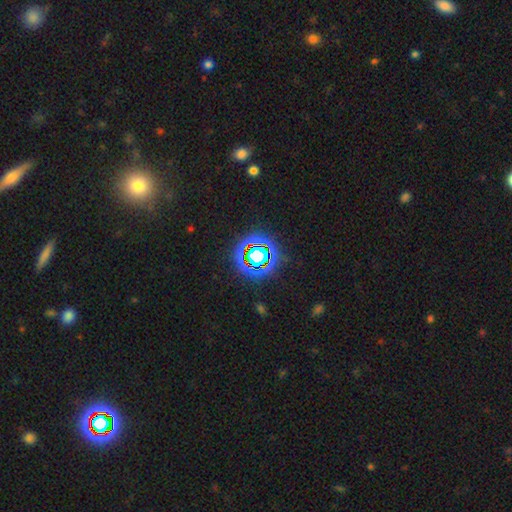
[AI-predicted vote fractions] This appears to be a star or artifact, not a galaxy (71%).